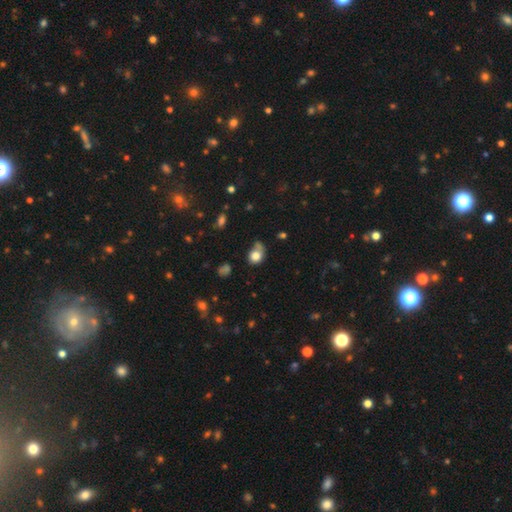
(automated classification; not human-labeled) Morphology: type=smooth (79%); roundness=round (58%); merging=none (43%).